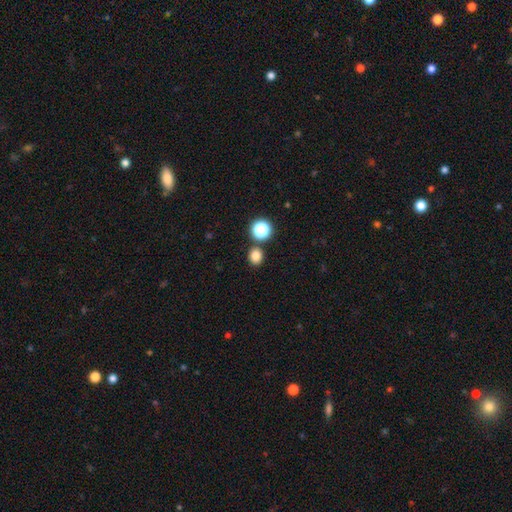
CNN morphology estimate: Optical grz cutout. It shows a smooth galaxy with no disk features (80%) that is round (78%). Merging: none (83%).